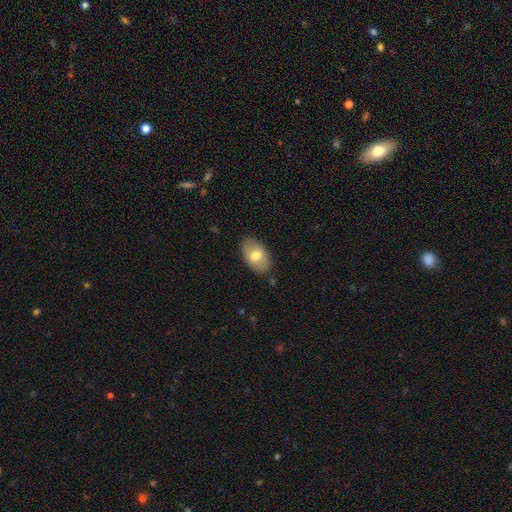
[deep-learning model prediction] smooth-or-featured: smooth: 68% | featured or disk: 26% | star or artifact: 6%
  how-rounded: in between: 91% | round: 8% | cigar-shaped: 1%
  merging: none: 84% | minor disturbance: 12% | major disturbance: 3% | merger: 1%